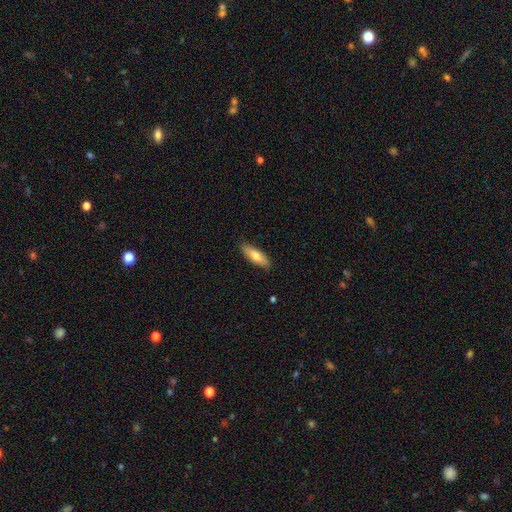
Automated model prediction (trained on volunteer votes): Smooth or featured: smooth — 72% (featured or disk — 22%)
How rounded: in between — 53% (cigar-shaped — 45%)
Merging: none — 87% (minor disturbance — 10%)